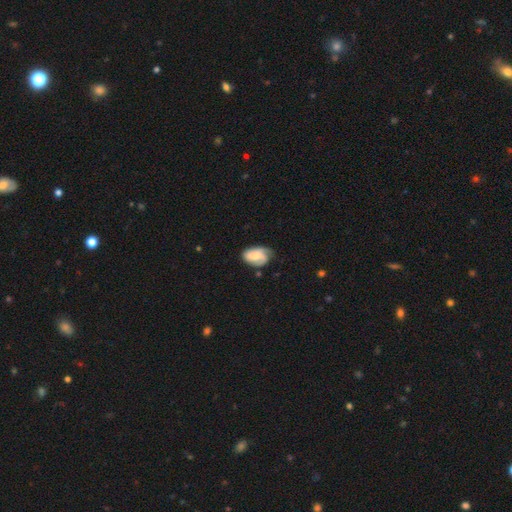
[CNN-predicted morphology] A featured or disk galaxy (54%) with no bar (63%), spiral arms (90%) and a small central bulge (36%). Merging: none (55%).